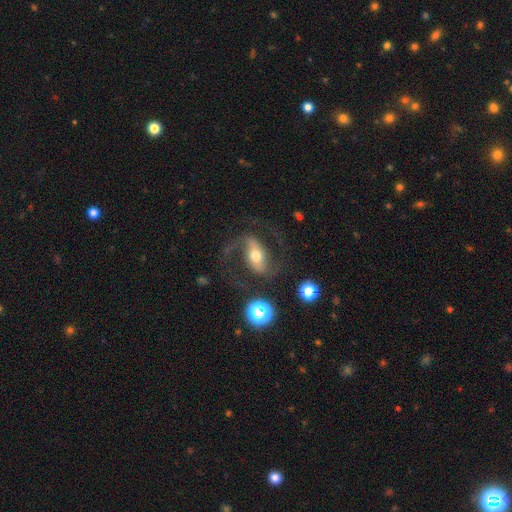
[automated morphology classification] smooth-or-featured: featured or disk: 77% | smooth: 15% | star or artifact: 8%
  disk-edge-on: no: 94% | yes: 6%
    bar: strong: 49% | weak: 30% | no: 21%
    has-spiral-arms: yes: 91% | no: 9%
      spiral-winding: loose: 53% | medium: 38% | tight: 9%
      spiral-arm-count: 2: 89% | 1: 5% | can't tell: 3% | 3: 1% | 4: 1% | more than 4: 1%
    bulge-size: moderate: 65% | small: 21% | large: 10% | dominant: 2% | none: 1%
  merging: none: 64% | major disturbance: 19% | minor disturbance: 14% | merger: 3%